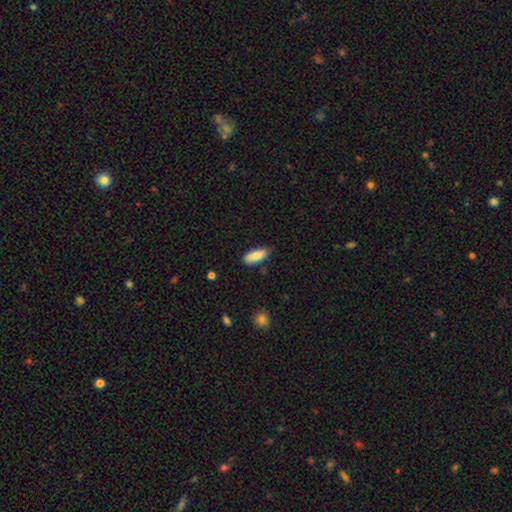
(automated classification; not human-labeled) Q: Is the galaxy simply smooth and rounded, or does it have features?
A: smooth — 84%.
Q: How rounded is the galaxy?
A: in between — 78%.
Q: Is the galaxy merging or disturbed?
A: none — 78%.